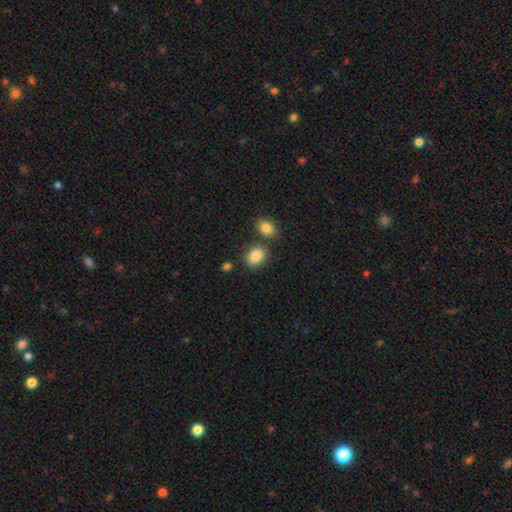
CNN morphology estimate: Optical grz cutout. It shows a smooth galaxy with no disk features (86%) that is in between round and cigar-shaped (66%). Merging: none (72%).